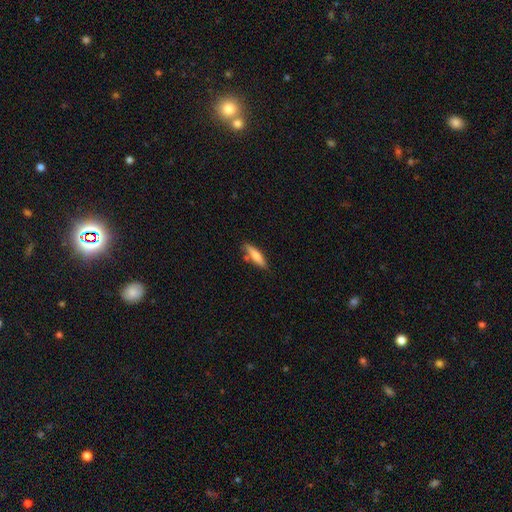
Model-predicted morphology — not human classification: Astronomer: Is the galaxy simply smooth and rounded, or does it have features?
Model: smooth — 71%.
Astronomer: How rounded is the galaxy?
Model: cigar-shaped — 73%.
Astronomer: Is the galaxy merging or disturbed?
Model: none — 75%.